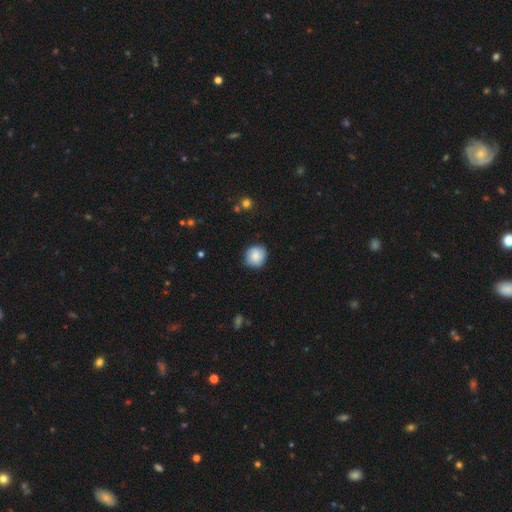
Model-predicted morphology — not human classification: Smooth or featured: smooth — 79% (featured or disk — 13%)
How rounded: round — 88% (in between — 11%)
Merging: none — 82% (minor disturbance — 14%)